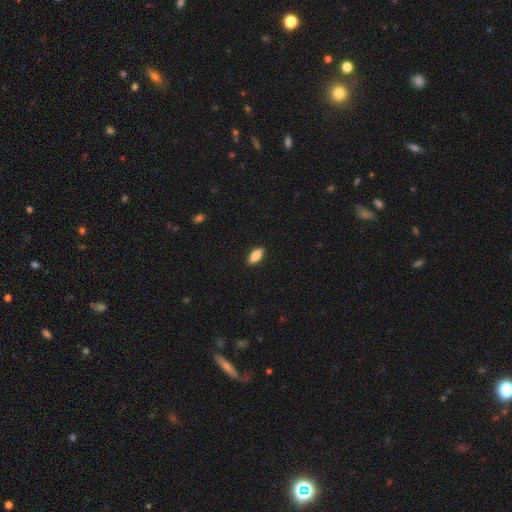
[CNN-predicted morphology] smooth_or_featured: smooth (p=0.80) [alt: featured or disk p=0.13]
how_rounded: in between (p=0.86) [alt: cigar-shaped p=0.11]
merging: none (p=0.90) [alt: minor disturbance p=0.07]